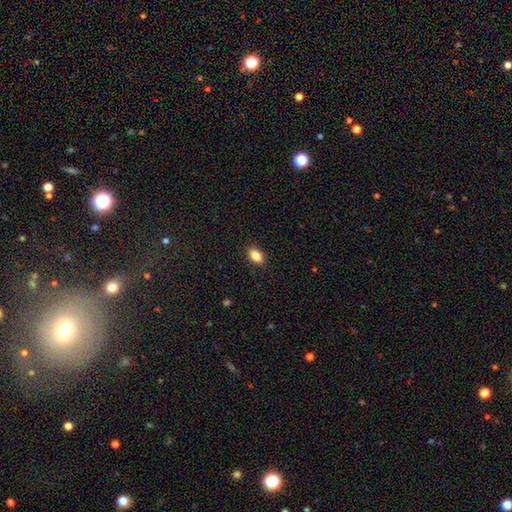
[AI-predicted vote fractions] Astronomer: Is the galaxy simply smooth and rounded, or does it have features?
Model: smooth — 87%.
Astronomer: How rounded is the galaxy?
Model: in between — 89%.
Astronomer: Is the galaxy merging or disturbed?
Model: none — 89%.